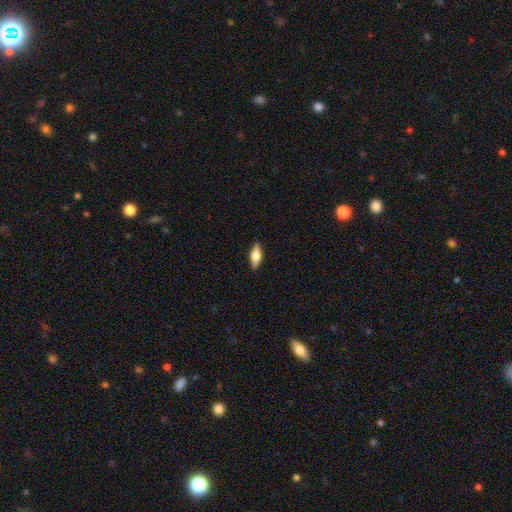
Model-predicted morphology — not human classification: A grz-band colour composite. It shows a smooth galaxy with no disk features (51%) that is in between round and cigar-shaped (59%). Merging: none (89%).